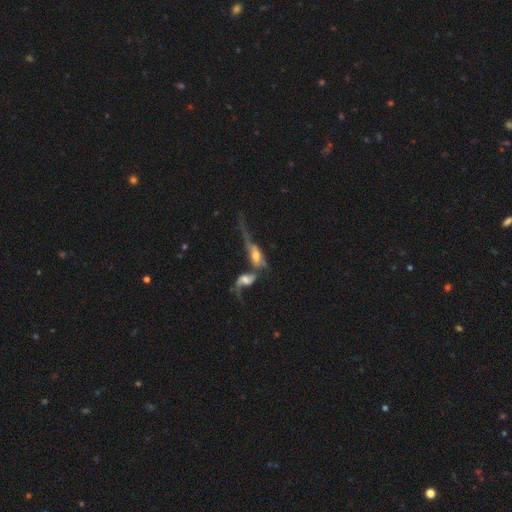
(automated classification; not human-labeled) featured or disk 67%, smooth 25%, star or artifact 8%. Down the decision tree: edge-on disk — no (74%); merging — merger (73%).